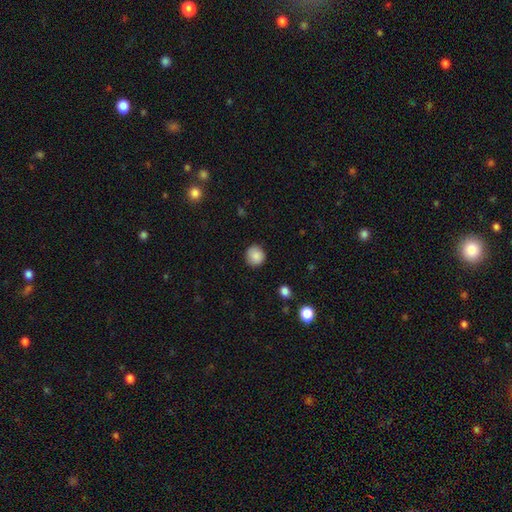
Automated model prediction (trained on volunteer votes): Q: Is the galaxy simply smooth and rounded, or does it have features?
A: smooth — 88%.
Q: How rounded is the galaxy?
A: round — 90%.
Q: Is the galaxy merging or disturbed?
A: none — 88%.